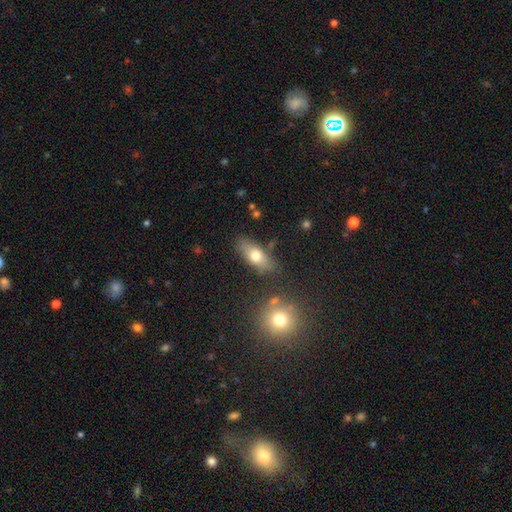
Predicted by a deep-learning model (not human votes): Q: Smooth or featured?
A: smooth (67%); runner-up: featured or disk (25%)
Q: How rounded?
A: in between (74%); runner-up: cigar-shaped (21%)
Q: Merging?
A: none (77%); runner-up: minor disturbance (14%)